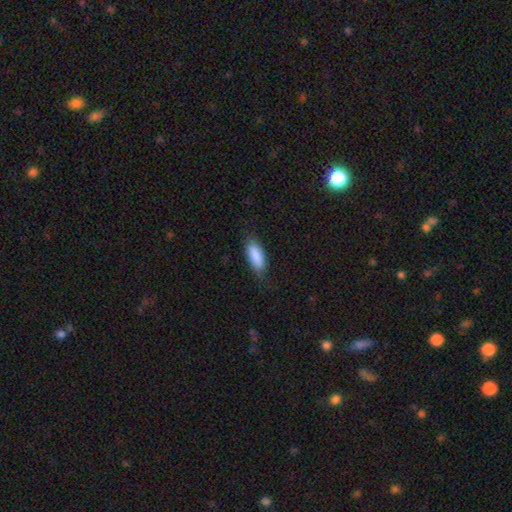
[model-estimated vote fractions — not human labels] Smooth or featured? Predicted: smooth (p=0.88). How rounded? Predicted: in between (p=0.76). Merging? Predicted: none (p=0.77).